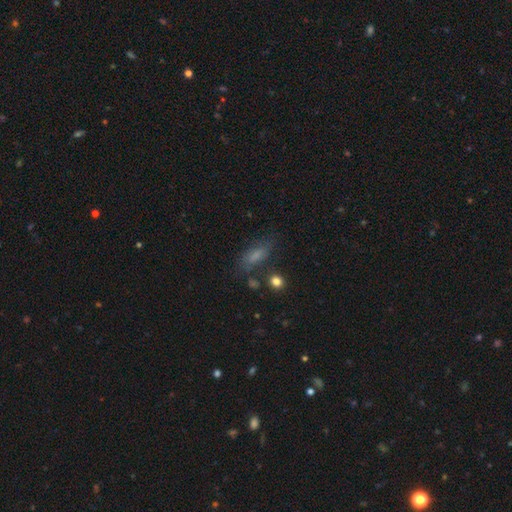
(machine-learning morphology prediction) Smooth or featured? Predicted: smooth (p=0.63). How rounded? Predicted: in between (p=0.65). Merging? Predicted: none (p=0.67).